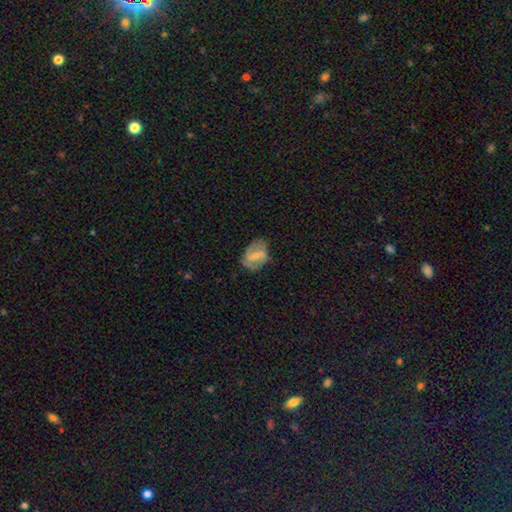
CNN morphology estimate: featured or disk 63%, smooth 30%, star or artifact 7%. Down the decision tree: edge-on disk — no (96%); bar — weak (48%); spiral arms — yes (77%); bulge size — small (50%); merging — none (59%).